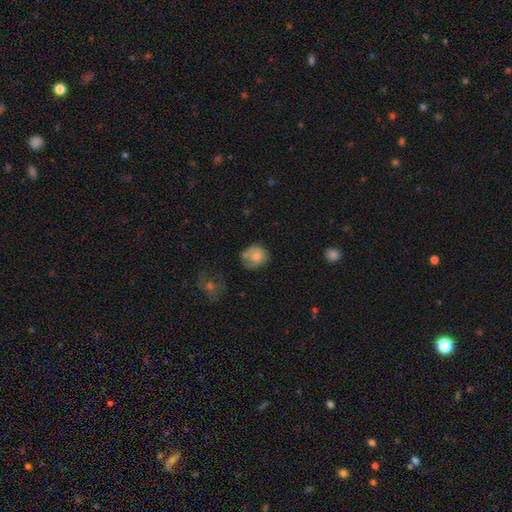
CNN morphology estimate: A smooth galaxy with no disk features (71%) that is round (77%). Merging: none (54%).